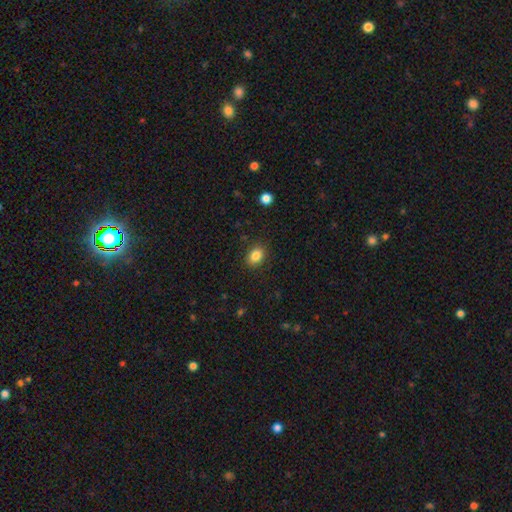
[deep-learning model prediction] smooth 85%, star or artifact 10%, featured or disk 5%. Down the decision tree: how rounded — in between (66%); merging — none (87%).